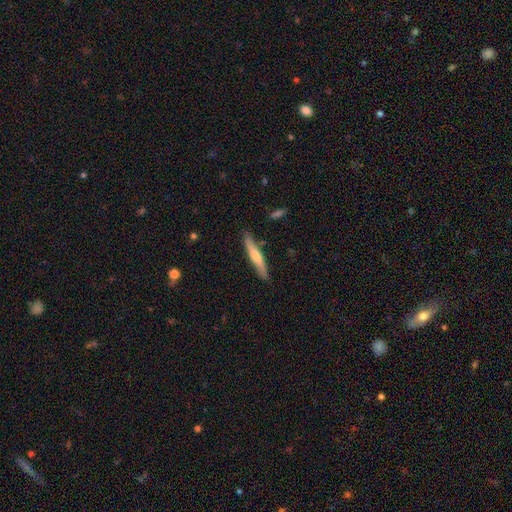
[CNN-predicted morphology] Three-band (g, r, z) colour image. It shows a smooth galaxy with no disk features (51%) that is cigar-shaped (93%). Merging: none (85%).